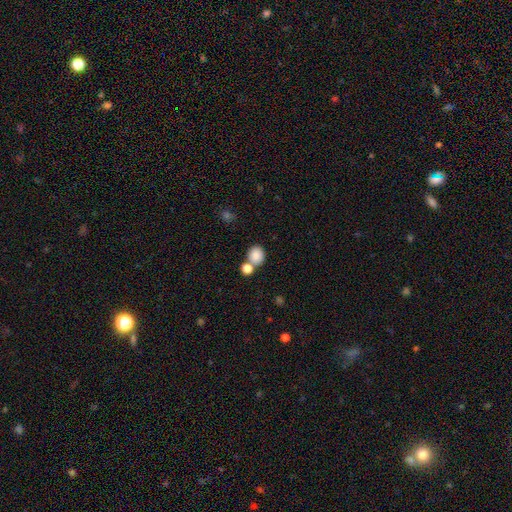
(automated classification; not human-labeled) Q: Smooth or featured?
A: smooth (85%); runner-up: star or artifact (10%)
Q: How rounded?
A: round (71%); runner-up: in between (28%)
Q: Merging?
A: none (58%); runner-up: merger (29%)